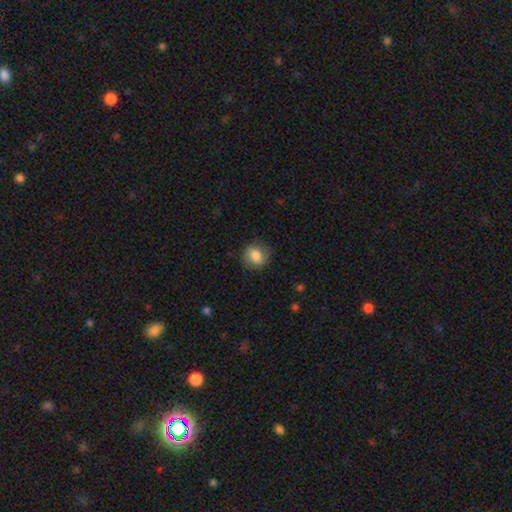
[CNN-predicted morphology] Smooth or featured: smooth — 81% (featured or disk — 11%)
How rounded: round — 74% (in between — 25%)
Merging: none — 79% (minor disturbance — 15%)